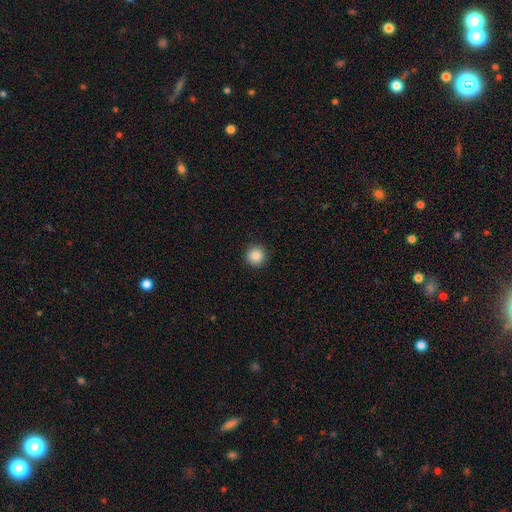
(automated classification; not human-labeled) A smooth galaxy with no disk features (87%) that is round (95%). Merging: none (92%).